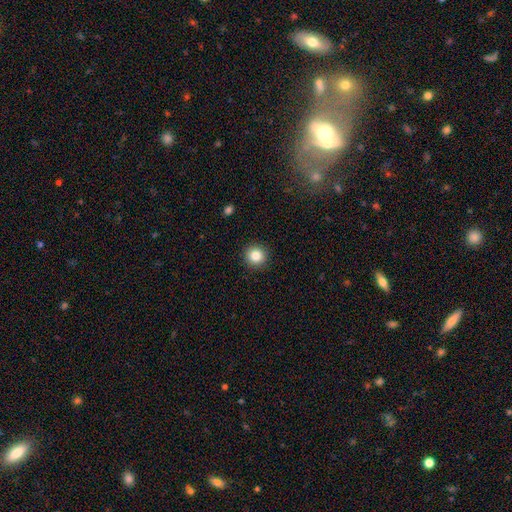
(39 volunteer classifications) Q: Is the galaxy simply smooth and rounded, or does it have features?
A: smooth — 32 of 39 (82%).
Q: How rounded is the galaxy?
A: round — 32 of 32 (100%).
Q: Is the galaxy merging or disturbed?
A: none — 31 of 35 (89%).